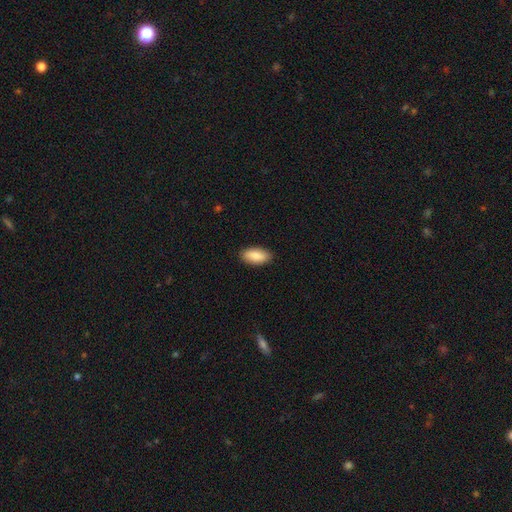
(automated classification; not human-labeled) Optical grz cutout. It shows a smooth galaxy with no disk features (87%) that is in between round and cigar-shaped (91%). Merging: none (89%).